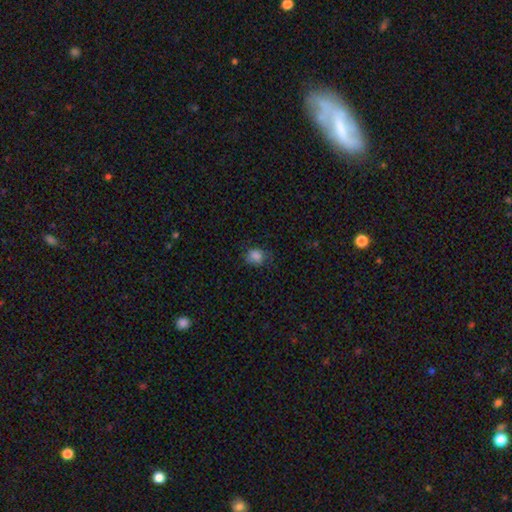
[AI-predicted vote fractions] This is clearly a smooth galaxy (83%). How rounded: possibly round (58%). Merging: likely none (68%).